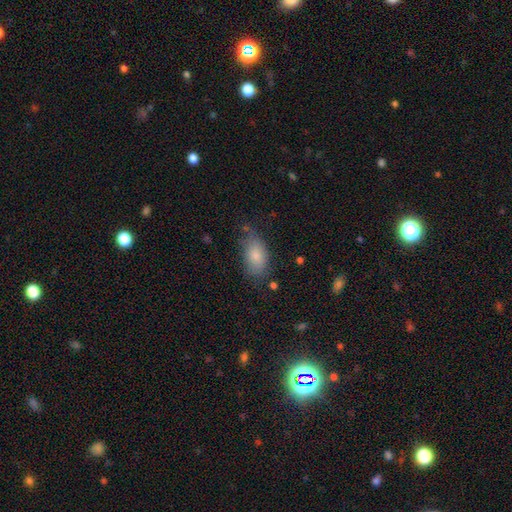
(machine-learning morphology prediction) A smooth galaxy with no disk features (82%) that is in between round and cigar-shaped (92%).

Vote fractions:
- Smooth or featured? smooth: 82% / featured or disk: 10% / star or artifact: 8%
- How rounded? in between: 92% / round: 6% / cigar-shaped: 3%
- Merging? none: 61% / minor disturbance: 28% / major disturbance: 8% / merger: 3%